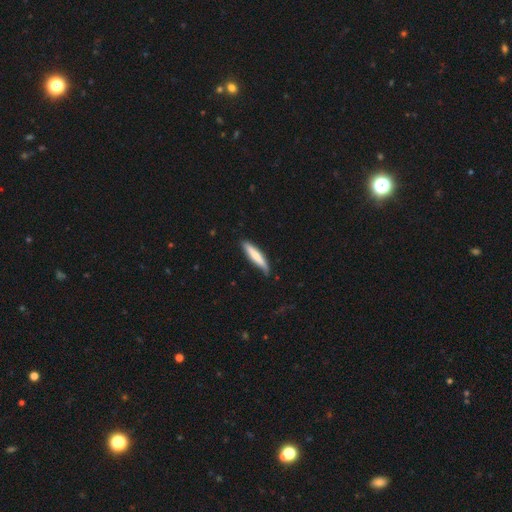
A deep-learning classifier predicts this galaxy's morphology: Smooth or featured: smooth — 69% (featured or disk — 25%)
How rounded: cigar-shaped — 88% (in between — 11%)
Merging: none — 75% (minor disturbance — 20%)